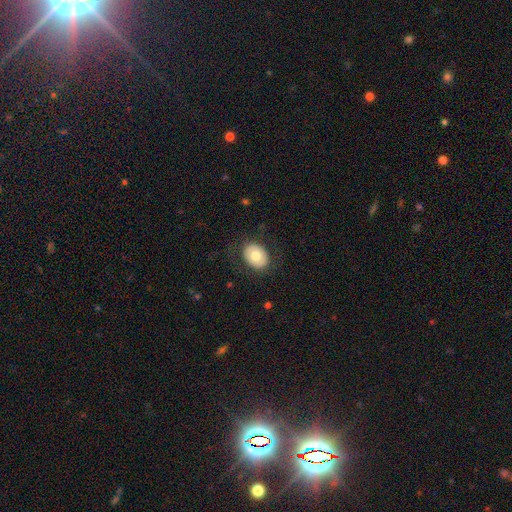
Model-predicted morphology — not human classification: The model was most divided on "how rounded": in between: 57%, round: 42%, cigar-shaped: 1%. More confident: merging — none (83%); smooth or featured — smooth (69%).